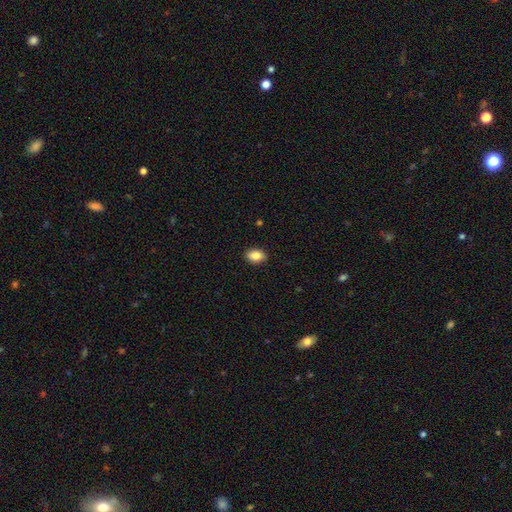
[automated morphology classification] smooth 85%, star or artifact 8%, featured or disk 7%. Down the decision tree: how rounded — in between (81%); merging — none (90%).